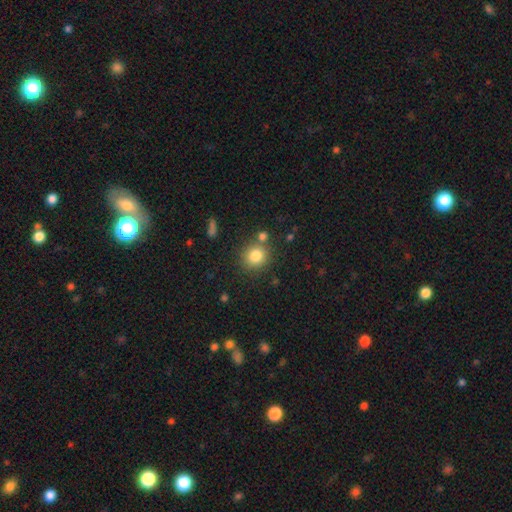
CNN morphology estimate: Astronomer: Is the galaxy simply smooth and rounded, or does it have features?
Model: smooth — 82%.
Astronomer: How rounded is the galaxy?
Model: round — 85%.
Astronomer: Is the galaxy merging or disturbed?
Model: none — 77%.